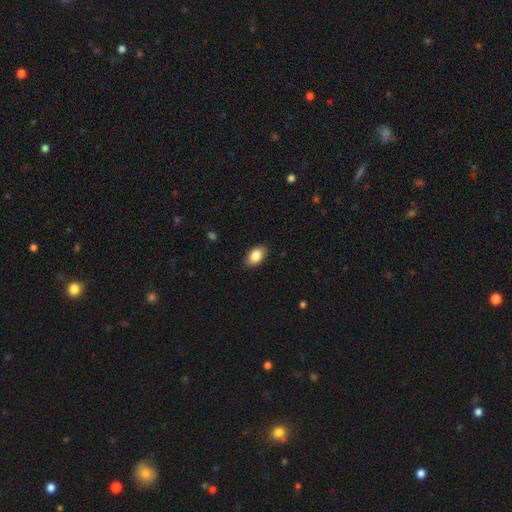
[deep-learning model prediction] A smooth galaxy with no disk features (86%) that is in between round and cigar-shaped (90%).

Vote fractions:
- Smooth or featured? smooth: 86% / star or artifact: 7% / featured or disk: 7%
- How rounded? in between: 90% / round: 9% / cigar-shaped: 1%
- Merging? none: 88% / minor disturbance: 9% / major disturbance: 2% / merger: 1%